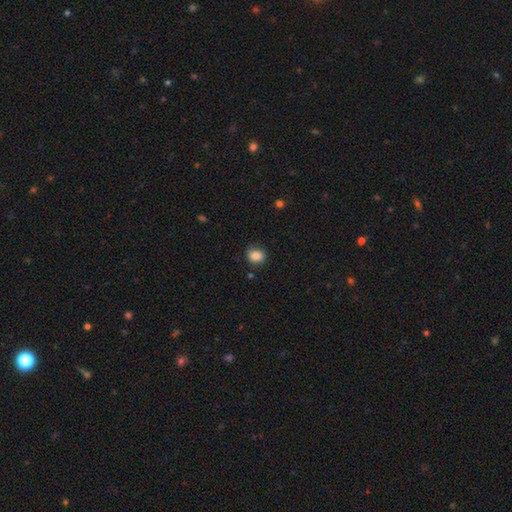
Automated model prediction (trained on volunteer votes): Smooth or featured?
  - smooth: 85% *
  - star or artifact: 10%
  - featured or disk: 6%
How rounded?
  - round: 66% *
  - in between: 33%
  - cigar-shaped: 1%
Merging?
  - none: 79% *
  - minor disturbance: 16%
  - major disturbance: 3%
  - merger: 2%